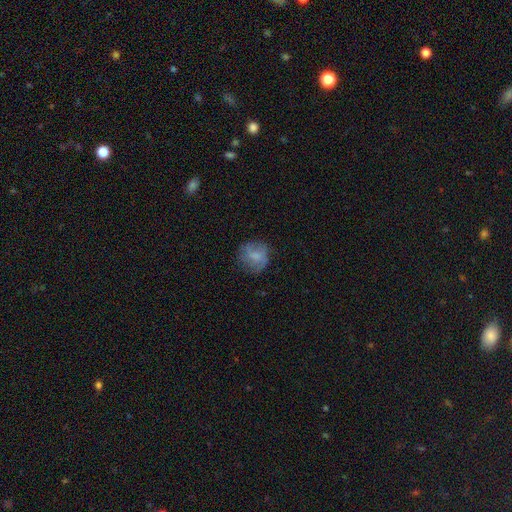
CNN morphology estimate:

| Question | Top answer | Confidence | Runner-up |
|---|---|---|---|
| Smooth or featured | smooth | 67% | featured or disk (24%) |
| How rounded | round | 81% | in between (17%) |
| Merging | none | 68% | minor disturbance (20%) |